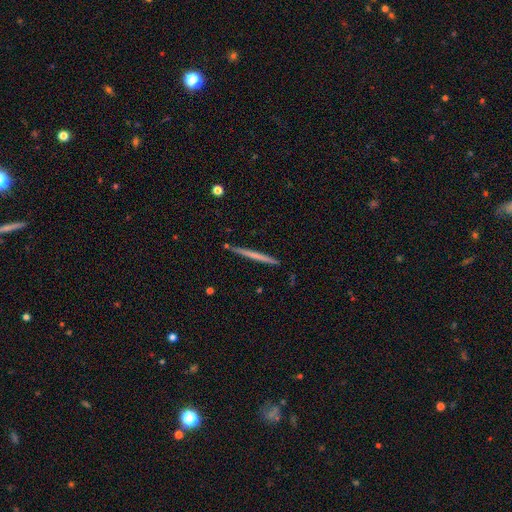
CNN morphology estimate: The model was most divided on "smooth or featured": smooth: 49%, featured or disk: 46%, star or artifact: 5%. More confident: merging — none (91%).